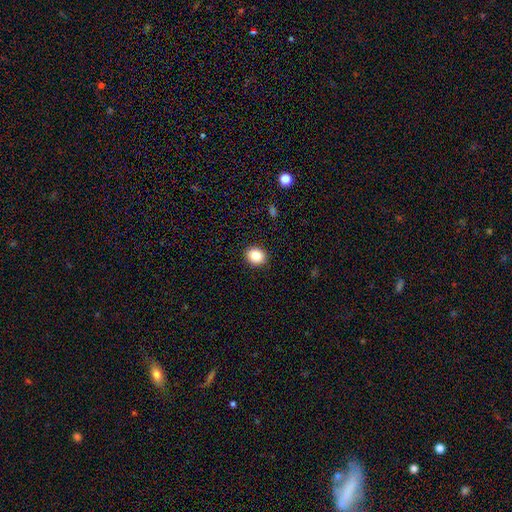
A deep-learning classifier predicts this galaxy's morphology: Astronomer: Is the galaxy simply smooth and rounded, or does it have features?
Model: smooth — 85%.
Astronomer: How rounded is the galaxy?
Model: round — 67%.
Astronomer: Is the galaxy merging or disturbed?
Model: none — 91%.